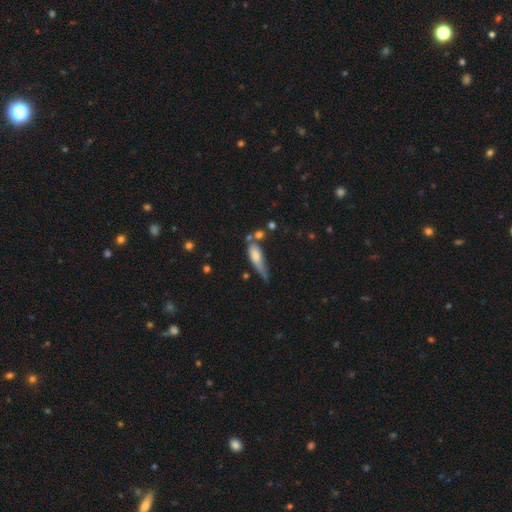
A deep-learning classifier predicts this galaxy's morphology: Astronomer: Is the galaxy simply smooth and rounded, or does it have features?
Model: smooth — 65%.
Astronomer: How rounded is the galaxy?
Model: cigar-shaped — 53% (runner-up: in between, 44%).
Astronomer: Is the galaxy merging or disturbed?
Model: minor disturbance — 33% (runner-up: none, 30%).